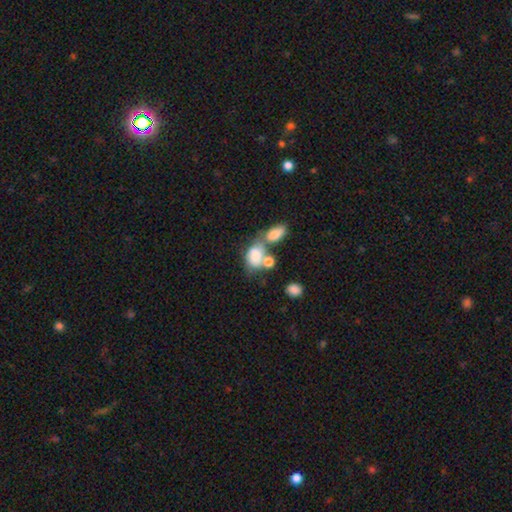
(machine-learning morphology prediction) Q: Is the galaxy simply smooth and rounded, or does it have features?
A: smooth — 76%.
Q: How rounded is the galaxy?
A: in between — 82%.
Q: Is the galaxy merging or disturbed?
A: merger — 53%.